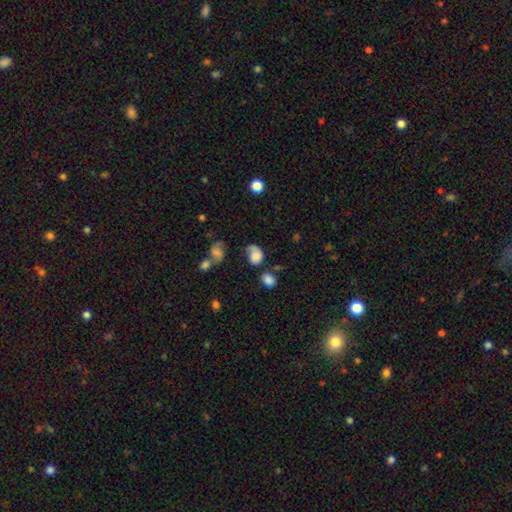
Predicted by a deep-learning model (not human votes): A smooth galaxy with no disk features (64%) that is in between round and cigar-shaped (59%). Merging: none (33%).